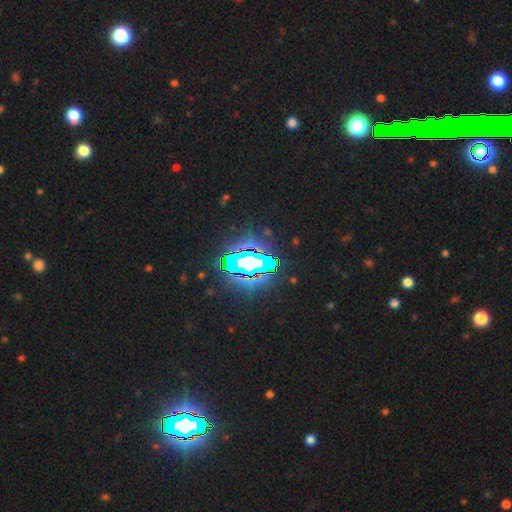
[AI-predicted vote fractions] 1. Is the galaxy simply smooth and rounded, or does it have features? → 84% star or artifact, 9% smooth, 8% featured or disk.